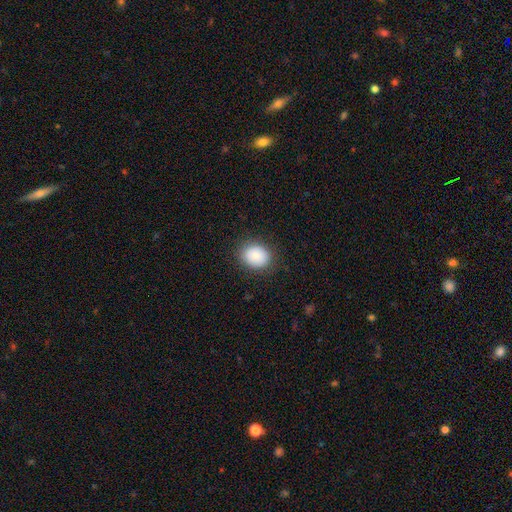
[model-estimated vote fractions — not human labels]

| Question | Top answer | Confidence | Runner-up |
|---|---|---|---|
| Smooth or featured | smooth | 86% | star or artifact (8%) |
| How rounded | round | 57% | in between (42%) |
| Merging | none | 86% | minor disturbance (10%) |